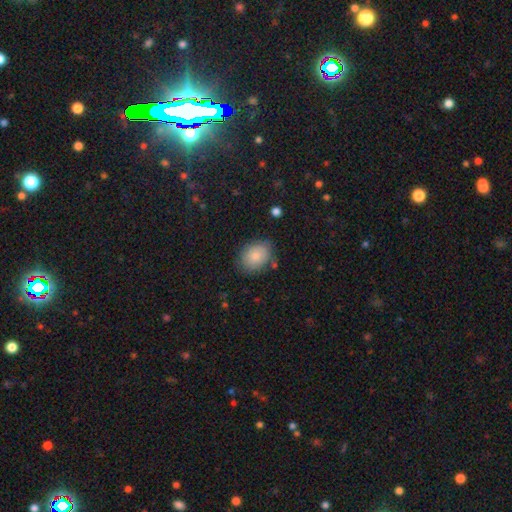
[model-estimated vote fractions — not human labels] Smooth or featured: smooth — 81% (featured or disk — 12%)
How rounded: in between — 67% (round — 32%)
Merging: none — 74% (minor disturbance — 19%)